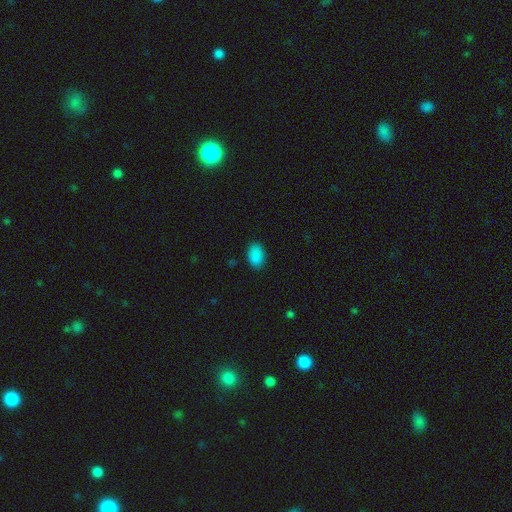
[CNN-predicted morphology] This is clearly a smooth galaxy (87%). How rounded: clearly in between (89%). Merging: clearly none (83%).